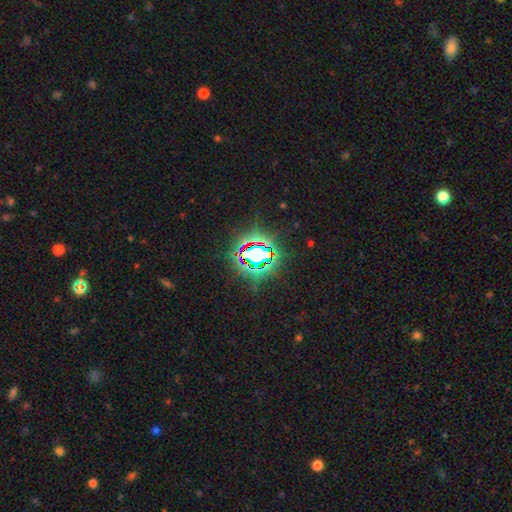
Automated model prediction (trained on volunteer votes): smooth_or_featured: star or artifact (p=0.73) [alt: smooth p=0.17]